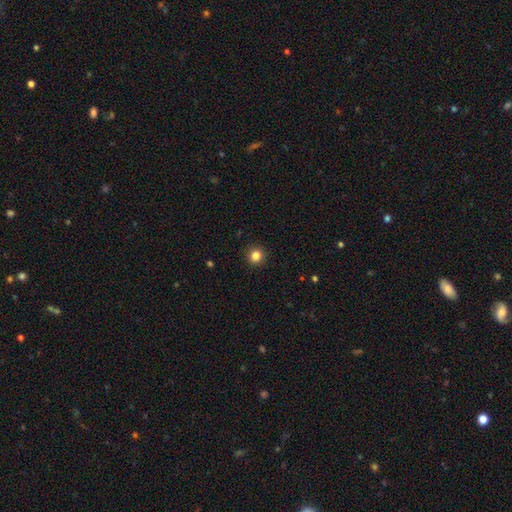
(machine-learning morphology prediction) This appears to be a smooth galaxy with no disk features (84%) that is round (93%). Merging: none (92%).